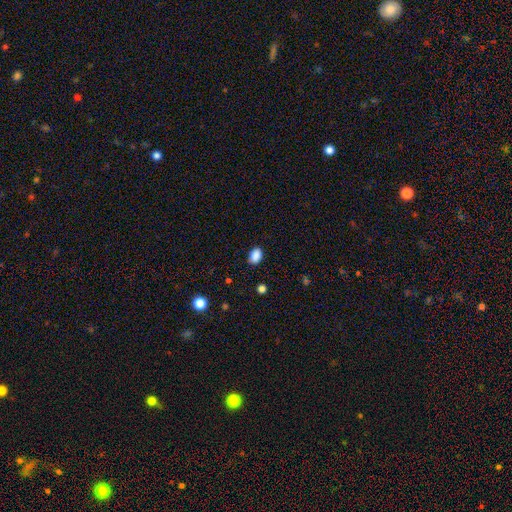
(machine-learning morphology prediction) type=smooth (88%); roundness=in between (83%); merging=none (84%).